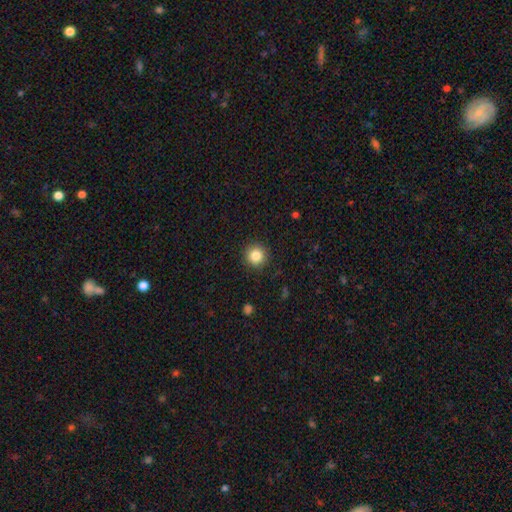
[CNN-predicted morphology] Smooth or featured? smooth (85%)
How rounded? round (94%)
Merging? none (91%)